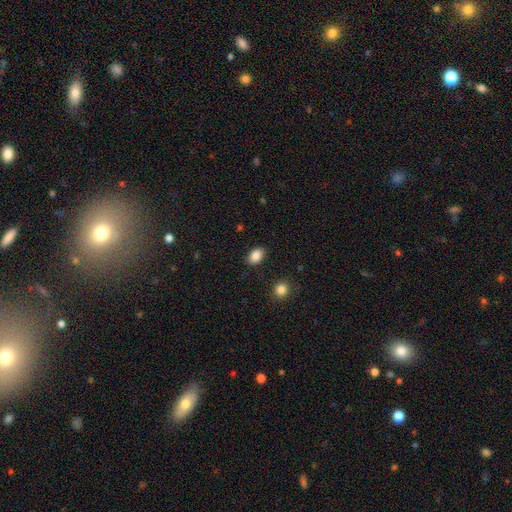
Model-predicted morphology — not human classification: Smooth or featured: smooth — 88% (star or artifact — 8%)
How rounded: in between — 82% (round — 17%)
Merging: none — 87% (minor disturbance — 9%)